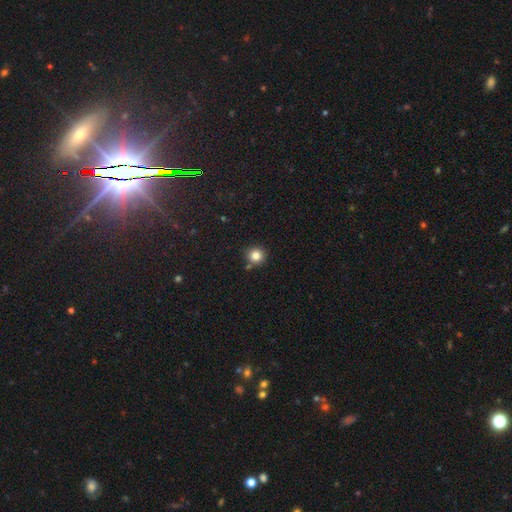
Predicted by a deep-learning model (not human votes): A smooth galaxy with no disk features (83%) that is round (94%). Merging: none (82%).